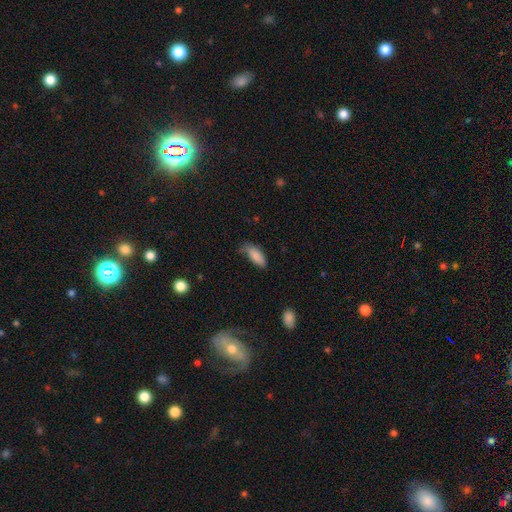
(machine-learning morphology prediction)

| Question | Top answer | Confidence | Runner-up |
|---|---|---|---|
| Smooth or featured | smooth | 86% | featured or disk (7%) |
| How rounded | in between | 79% | cigar-shaped (19%) |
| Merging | none | 50% | minor disturbance (36%) |